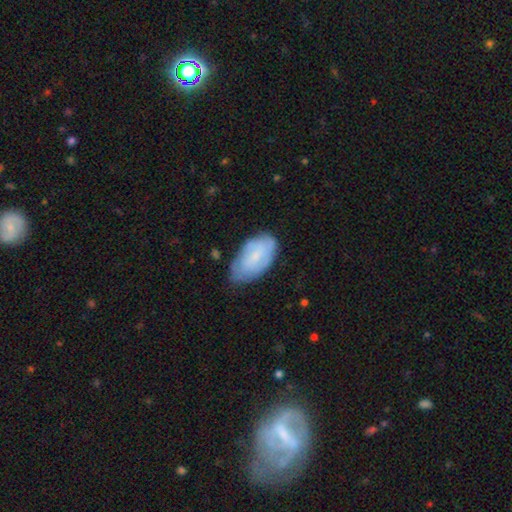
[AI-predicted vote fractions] A smooth galaxy with no disk features (55%) that is in between round and cigar-shaped (94%).

Vote fractions:
- Smooth or featured? smooth: 55% / featured or disk: 39% / star or artifact: 7%
- How rounded? in between: 94% / round: 3% / cigar-shaped: 2%
- Merging? none: 62% / minor disturbance: 29% / major disturbance: 7% / merger: 2%